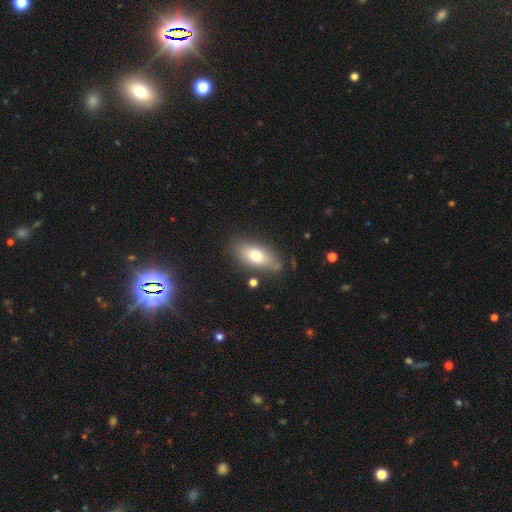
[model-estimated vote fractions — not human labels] smooth_or_featured: smooth (p=0.73) [alt: featured or disk p=0.20]
how_rounded: in between (p=0.85) [alt: cigar-shaped p=0.10]
merging: none (p=0.76) [alt: minor disturbance p=0.15]